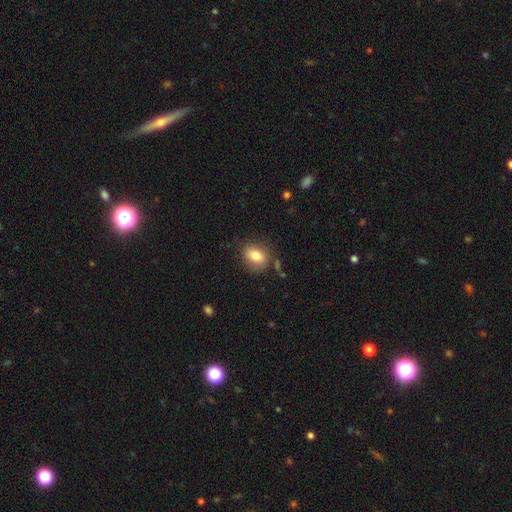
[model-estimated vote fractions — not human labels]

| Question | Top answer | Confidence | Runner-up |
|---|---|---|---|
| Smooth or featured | smooth | 79% | featured or disk (12%) |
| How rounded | in between | 60% | round (39%) |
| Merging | none | 77% | minor disturbance (15%) |